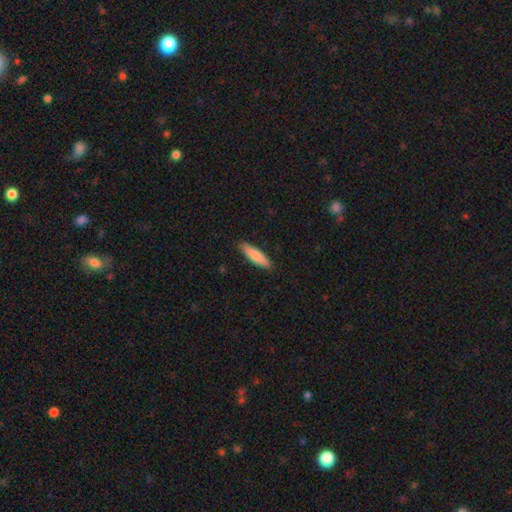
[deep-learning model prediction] A smooth galaxy with no disk features (82%) that is cigar-shaped (72%). Merging: none (90%).